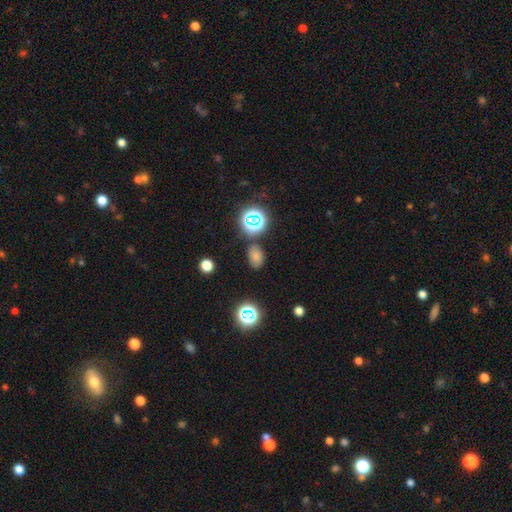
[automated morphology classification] smooth_or_featured: smooth (p=0.70) [alt: star or artifact p=0.23]
how_rounded: in between (p=0.82) [alt: round p=0.17]
merging: none (p=0.78) [alt: minor disturbance p=0.13]